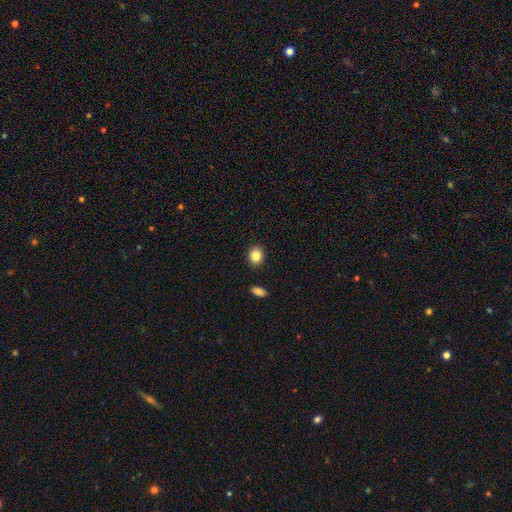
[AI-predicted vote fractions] Smooth or featured? smooth (85%)
How rounded? round (67%)
Merging? none (89%)